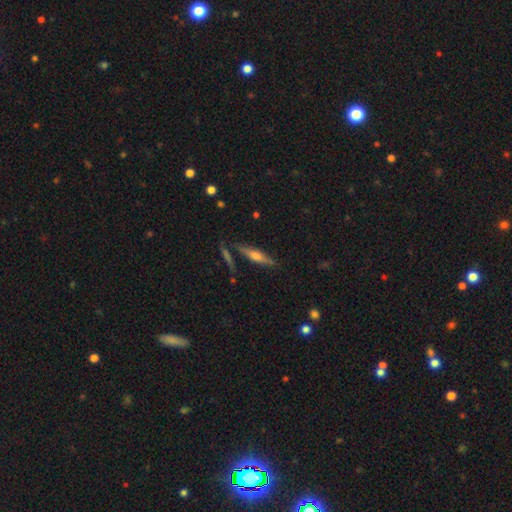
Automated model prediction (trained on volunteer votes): A featured or disk galaxy (63%) viewed edge-on (96%) with a rounded central bulge (82%). Merging: none (82%).